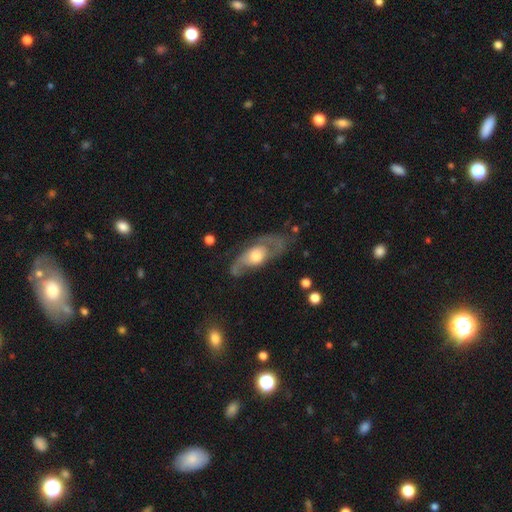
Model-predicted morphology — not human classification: A featured or disk galaxy (70%) with no bar (75%), spiral arms (73%) and a moderate central bulge (52%). Merging: none (59%).